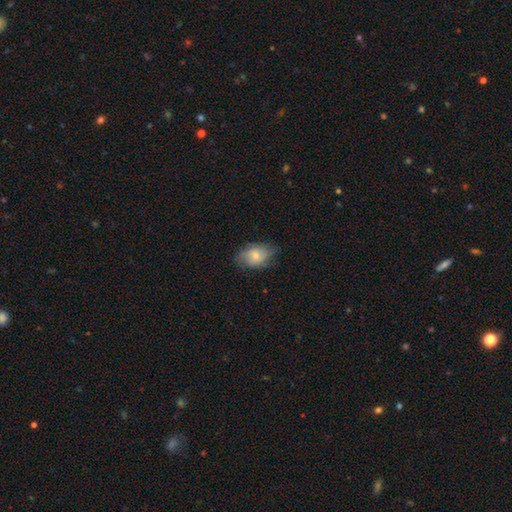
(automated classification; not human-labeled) Smooth or featured?
  - smooth: 65% *
  - featured or disk: 27%
  - star or artifact: 8%
How rounded?
  - in between: 81% *
  - round: 18%
  - cigar-shaped: 2%
Merging?
  - none: 64% *
  - minor disturbance: 27%
  - major disturbance: 7%
  - merger: 1%